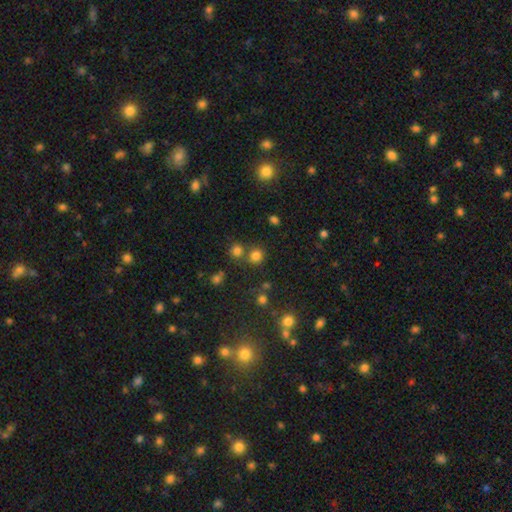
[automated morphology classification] Smooth or featured? smooth (75%)
How rounded? round (89%)
Merging? none (71%)